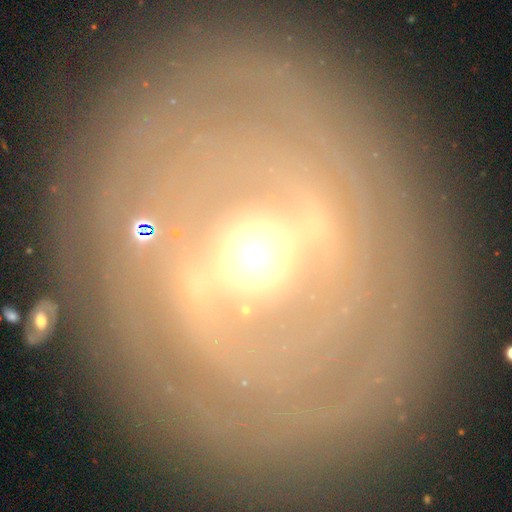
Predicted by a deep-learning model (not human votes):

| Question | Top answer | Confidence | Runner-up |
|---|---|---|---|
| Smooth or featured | featured or disk | 81% | smooth (11%) |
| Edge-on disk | no | 91% | yes (9%) |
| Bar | strong | 46% | weak (31%) |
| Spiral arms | yes | 67% | no (33%) |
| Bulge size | moderate | 60% | small (18%) |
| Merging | none | 76% | minor disturbance (12%) |